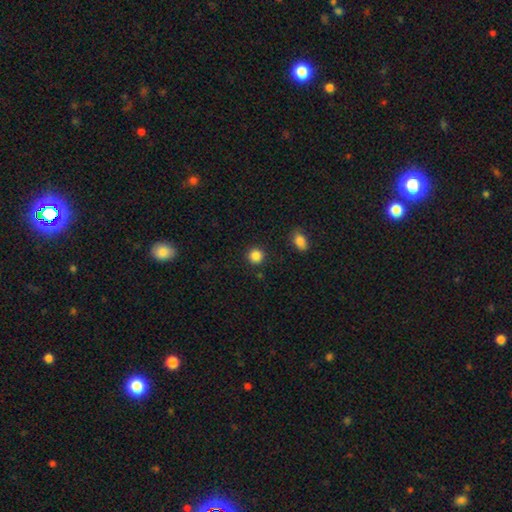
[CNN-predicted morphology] A smooth galaxy with no disk features (86%) that is round (93%). Merging: none (90%).